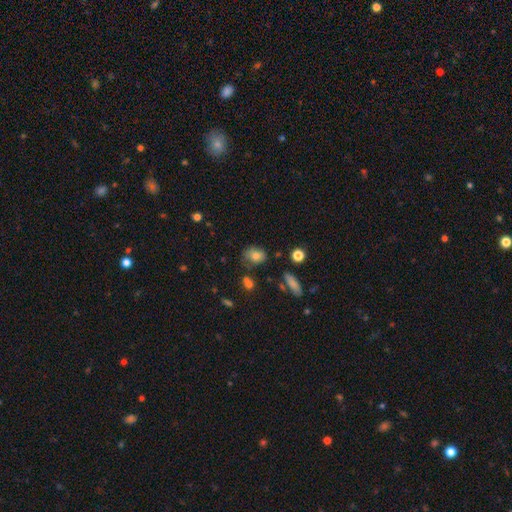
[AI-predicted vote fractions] smooth-or-featured: smooth: 73% | featured or disk: 16% | star or artifact: 11%
  how-rounded: in between: 65% | round: 33% | cigar-shaped: 2%
  merging: none: 60% | minor disturbance: 26% | major disturbance: 8% | merger: 6%